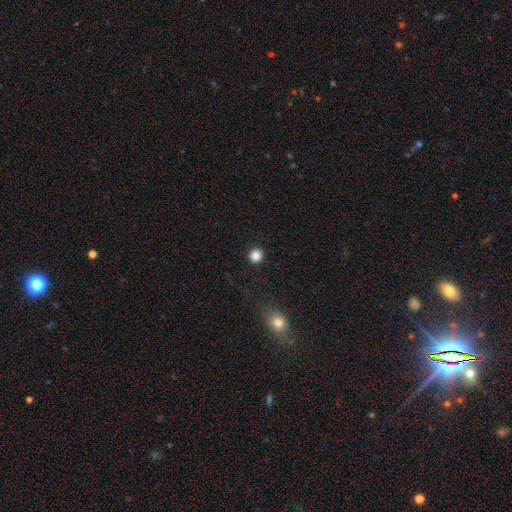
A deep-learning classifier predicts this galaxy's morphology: Smooth or featured? smooth (85%)
How rounded? round (94%)
Merging? none (93%)